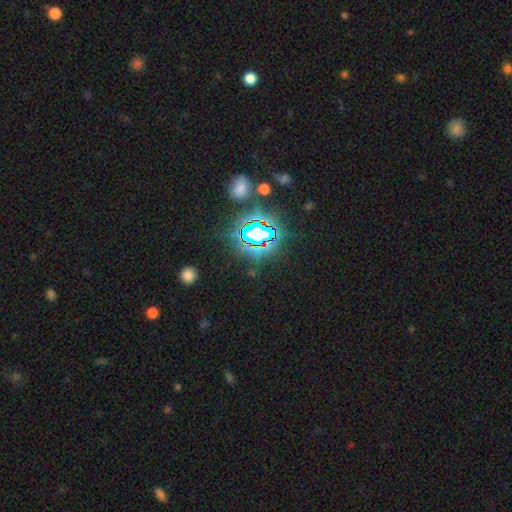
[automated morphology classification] Overall: star or artifact (77%).